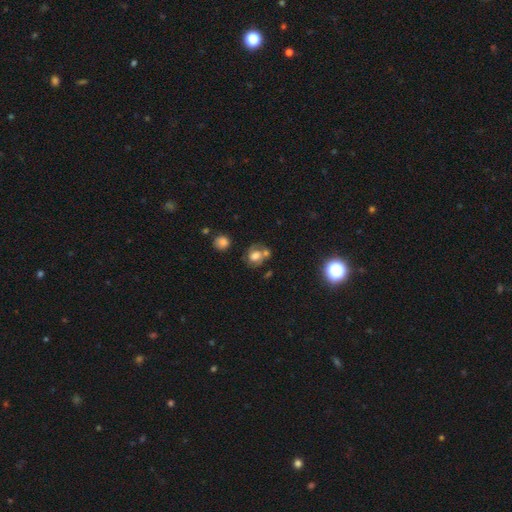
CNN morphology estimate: Overall: smooth (50%; featured or disk 37%). Merging: none (41%; merger 32%).